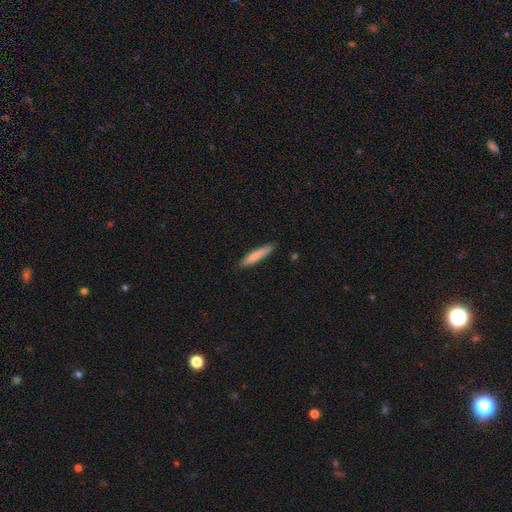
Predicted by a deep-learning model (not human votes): Smooth or featured?
  - smooth: 79% *
  - featured or disk: 15%
  - star or artifact: 6%
How rounded?
  - cigar-shaped: 91% *
  - in between: 8%
  - round: 1%
Merging?
  - none: 86% *
  - minor disturbance: 11%
  - major disturbance: 2%
  - merger: 1%